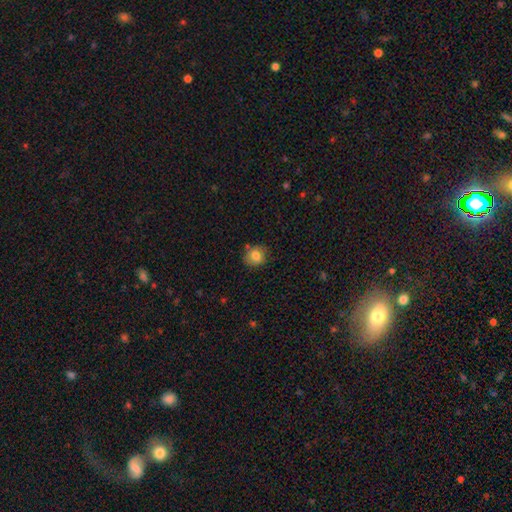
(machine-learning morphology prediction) This appears to be a smooth galaxy with no disk features (80%) that is round (77%). Merging: none (80%).